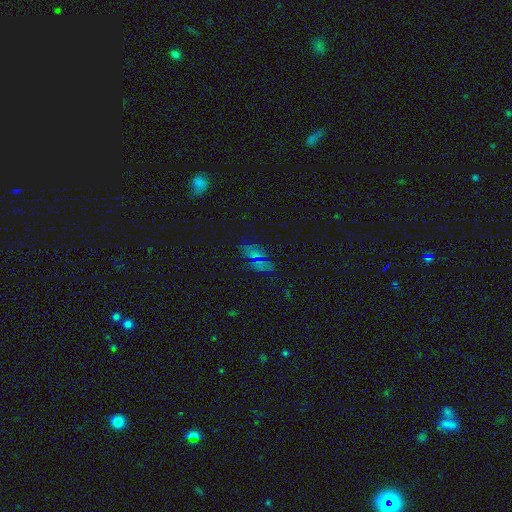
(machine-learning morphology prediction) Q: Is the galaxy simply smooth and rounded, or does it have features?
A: star or artifact — 40%.